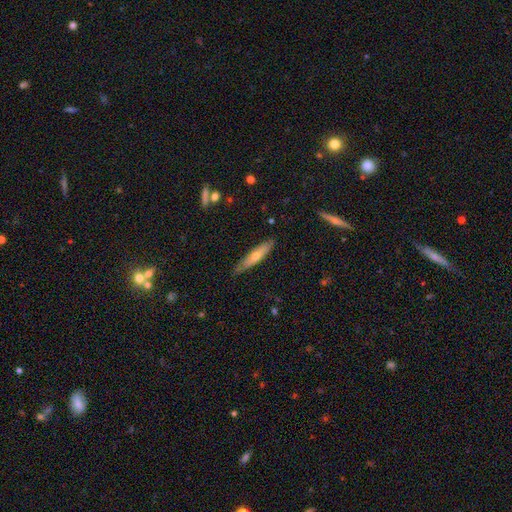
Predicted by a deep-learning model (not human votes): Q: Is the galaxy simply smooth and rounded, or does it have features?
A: featured or disk — 48%.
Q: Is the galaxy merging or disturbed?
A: none — 83%.